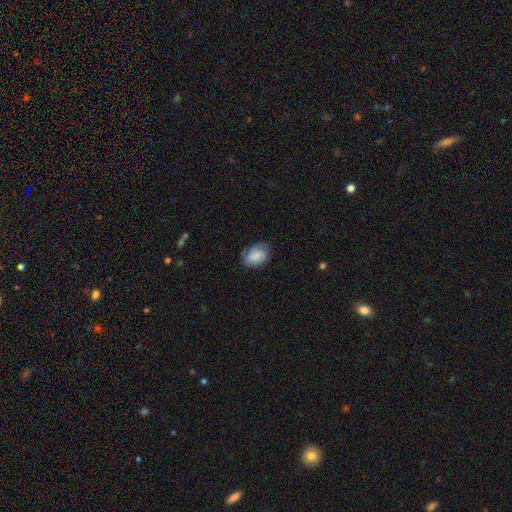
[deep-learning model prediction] This is likely a smooth galaxy (79%). How rounded: likely in between (77%). Merging: likely none (71%).